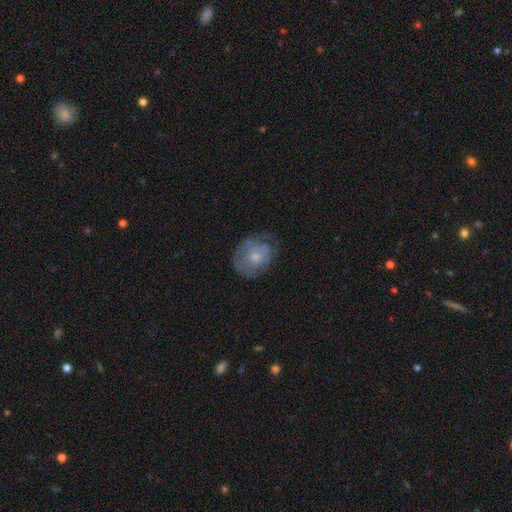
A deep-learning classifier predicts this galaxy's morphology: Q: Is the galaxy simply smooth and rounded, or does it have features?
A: smooth — 51%.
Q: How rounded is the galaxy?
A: in between — 50%.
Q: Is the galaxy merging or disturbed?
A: none — 50%.